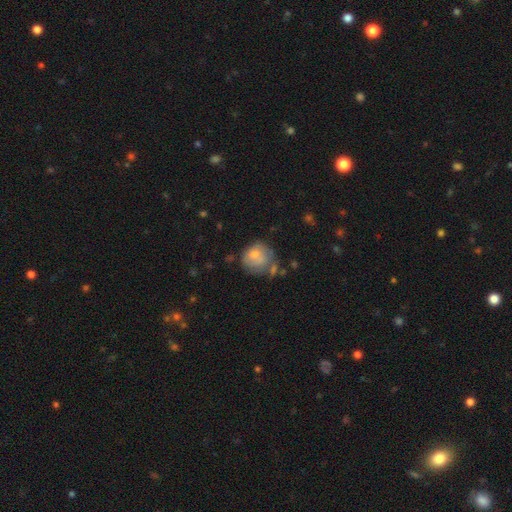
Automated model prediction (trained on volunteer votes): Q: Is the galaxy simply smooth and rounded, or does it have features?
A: smooth — 67%.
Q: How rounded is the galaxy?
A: round — 78%.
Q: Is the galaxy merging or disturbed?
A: none — 45%.